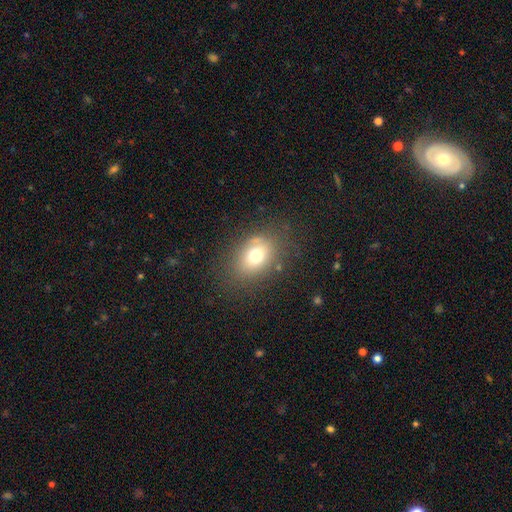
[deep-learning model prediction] This is likely a smooth galaxy (71%). How rounded: likely in between (69%). Merging: likely none (76%).